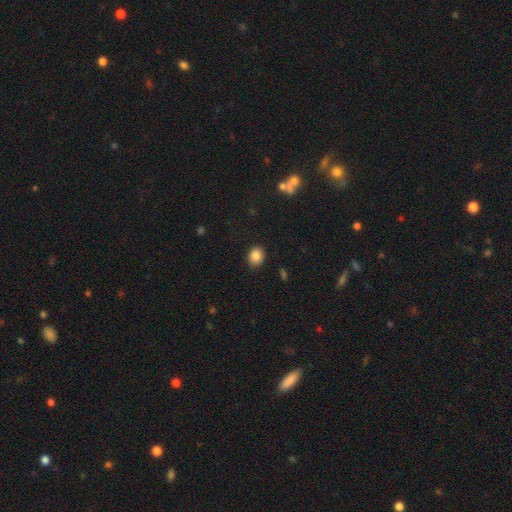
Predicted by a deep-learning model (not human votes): Smooth or featured: smooth — 85% (star or artifact — 10%)
How rounded: round — 59% (in between — 40%)
Merging: none — 86% (minor disturbance — 10%)